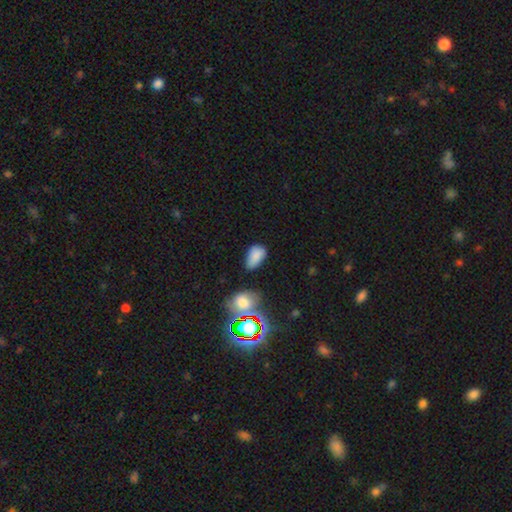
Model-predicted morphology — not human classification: smooth-or-featured: smooth: 79% | star or artifact: 14% | featured or disk: 7%
  how-rounded: in between: 89% | round: 9% | cigar-shaped: 2%
  merging: none: 55% | minor disturbance: 31% | major disturbance: 8% | merger: 6%